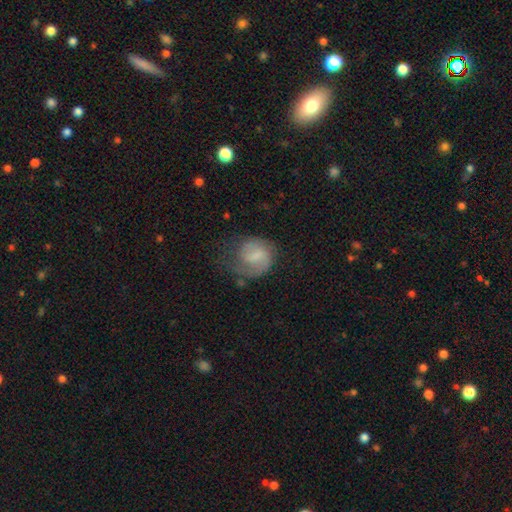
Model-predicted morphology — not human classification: A featured or disk galaxy (52%) with a weak bar (53%), spiral arms (84%) and no central bulge (37%). Merging: none (45%).